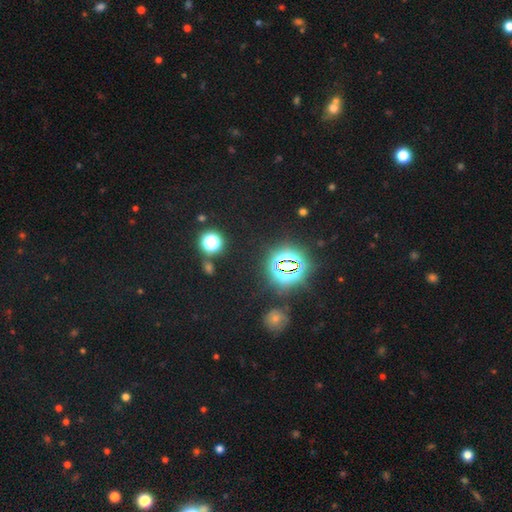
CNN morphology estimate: smooth_or_featured: star or artifact (p=0.76) [alt: smooth p=0.17]